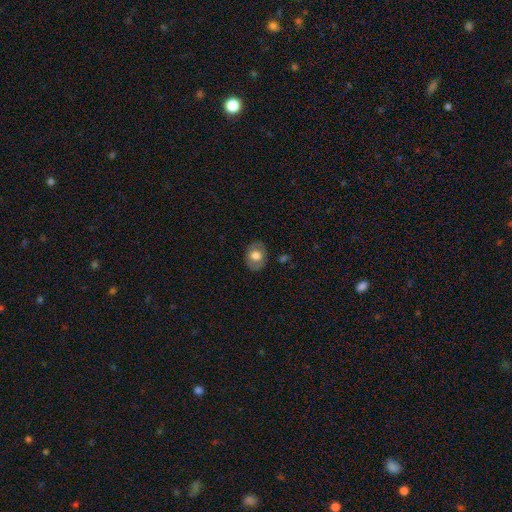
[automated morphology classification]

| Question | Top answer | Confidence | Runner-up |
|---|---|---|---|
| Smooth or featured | smooth | 67% | featured or disk (25%) |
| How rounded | in between | 61% | round (38%) |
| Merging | none | 83% | minor disturbance (12%) |